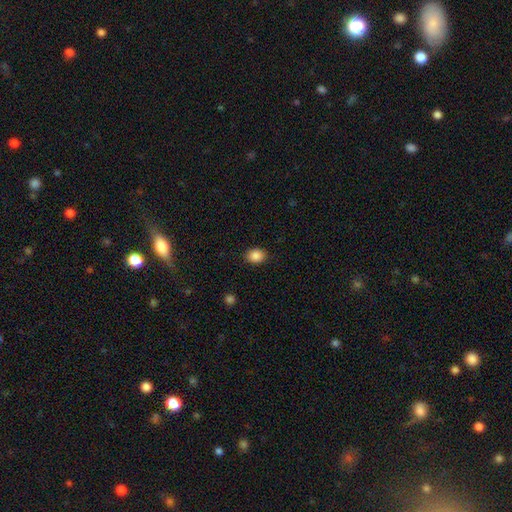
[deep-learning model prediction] smooth 87%, star or artifact 9%, featured or disk 3%. Down the decision tree: how rounded — round (51%); merging — none (88%).